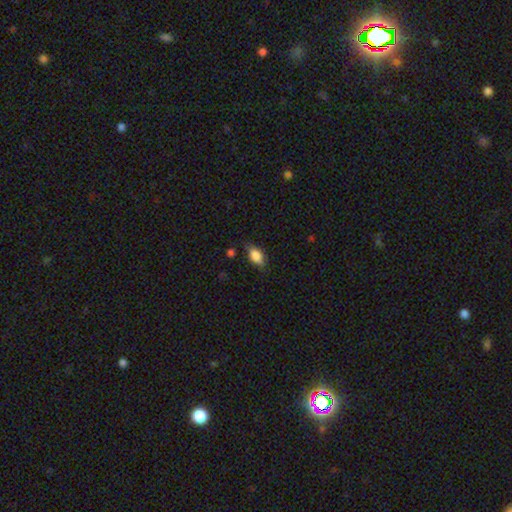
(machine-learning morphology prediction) Smooth or featured?
  - smooth: 84% *
  - featured or disk: 9%
  - star or artifact: 8%
How rounded?
  - in between: 88% *
  - round: 6%
  - cigar-shaped: 5%
Merging?
  - none: 78% *
  - minor disturbance: 17%
  - major disturbance: 3%
  - merger: 2%